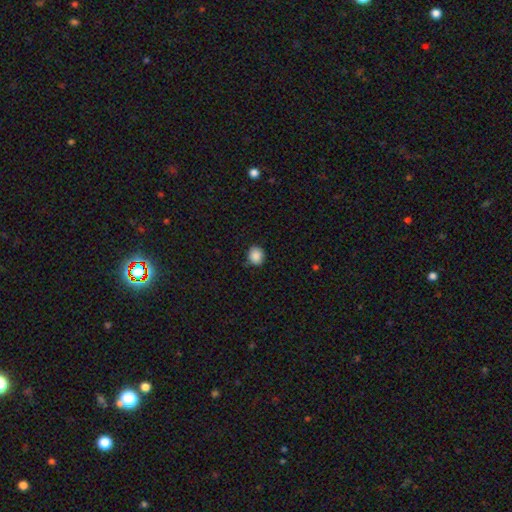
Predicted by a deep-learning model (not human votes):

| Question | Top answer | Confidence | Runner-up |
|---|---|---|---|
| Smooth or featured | smooth | 88% | star or artifact (9%) |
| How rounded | round | 78% | in between (21%) |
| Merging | none | 84% | minor disturbance (12%) |